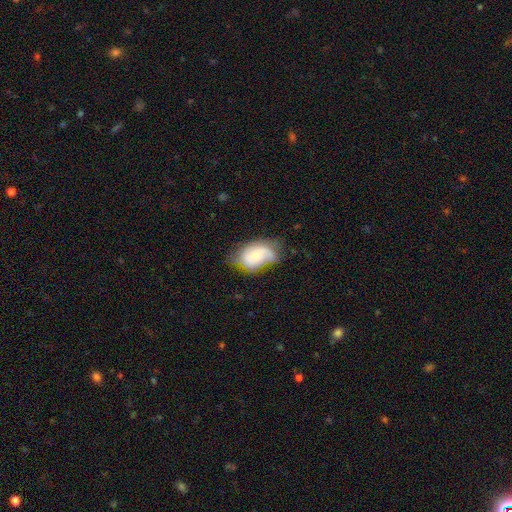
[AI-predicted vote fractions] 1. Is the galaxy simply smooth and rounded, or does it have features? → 49% smooth, 44% featured or disk, 7% star or artifact.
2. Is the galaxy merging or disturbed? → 41% none, 36% minor disturbance, 20% major disturbance, 4% merger.